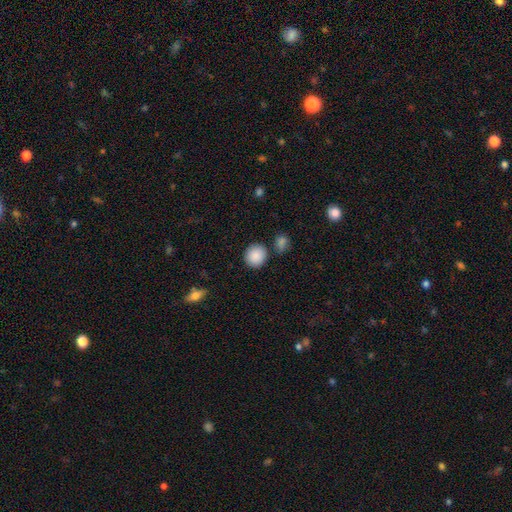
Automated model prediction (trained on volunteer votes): Smooth or featured? smooth (89%)
How rounded? round (87%)
Merging? none (82%)